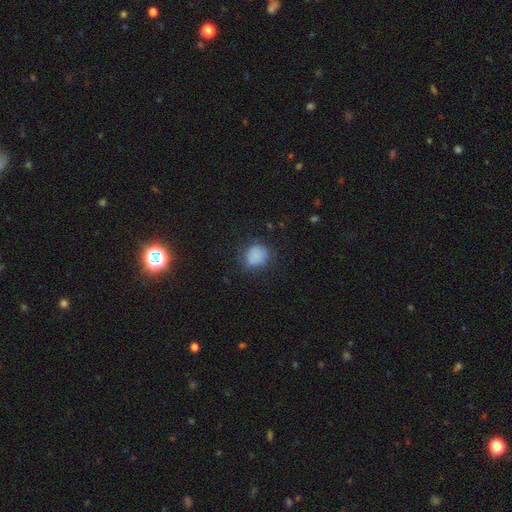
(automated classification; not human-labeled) smooth_or_featured: smooth (p=0.82) [alt: star or artifact p=0.11]
how_rounded: round (p=0.77) [alt: in between p=0.22]
merging: none (p=0.73) [alt: minor disturbance p=0.18]